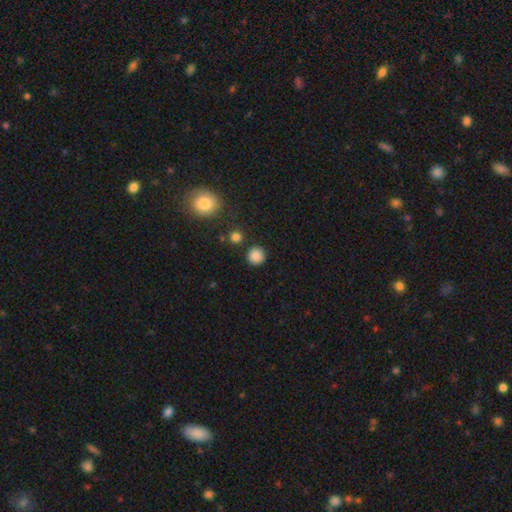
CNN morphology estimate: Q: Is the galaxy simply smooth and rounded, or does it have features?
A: smooth — 85%.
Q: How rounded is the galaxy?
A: round — 93%.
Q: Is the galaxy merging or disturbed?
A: none — 86%.